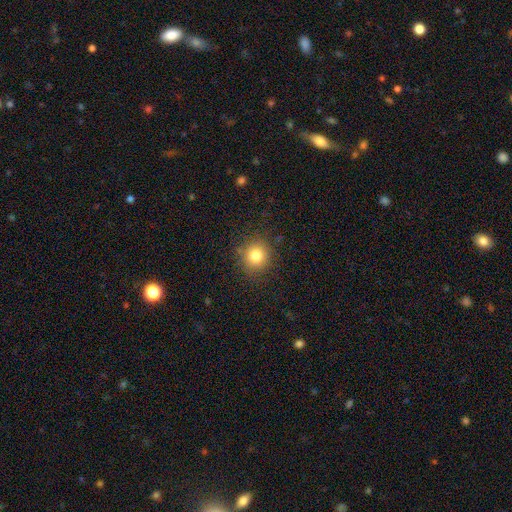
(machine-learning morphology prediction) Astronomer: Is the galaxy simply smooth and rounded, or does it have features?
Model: smooth — 81%.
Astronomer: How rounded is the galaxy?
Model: round — 90%.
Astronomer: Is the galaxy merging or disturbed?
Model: none — 87%.